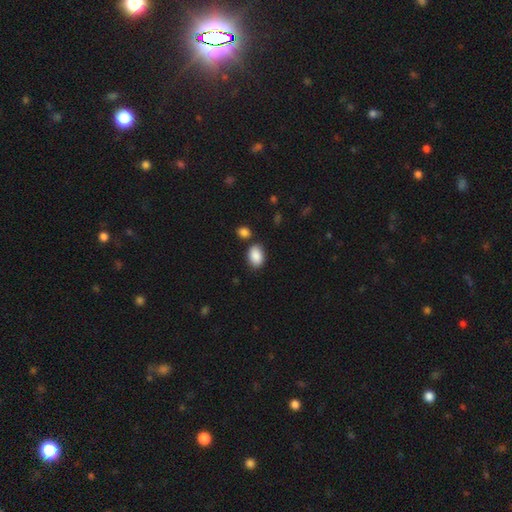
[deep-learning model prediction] Smooth or featured: smooth — 89% (star or artifact — 7%)
How rounded: in between — 84% (round — 14%)
Merging: none — 74% (minor disturbance — 13%)